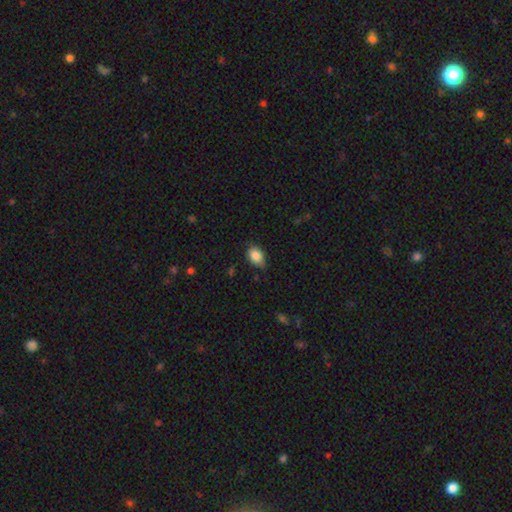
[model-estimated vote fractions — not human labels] Smooth or featured? Predicted: smooth (p=0.85). How rounded? Predicted: in between (p=0.84). Merging? Predicted: none (p=0.70).